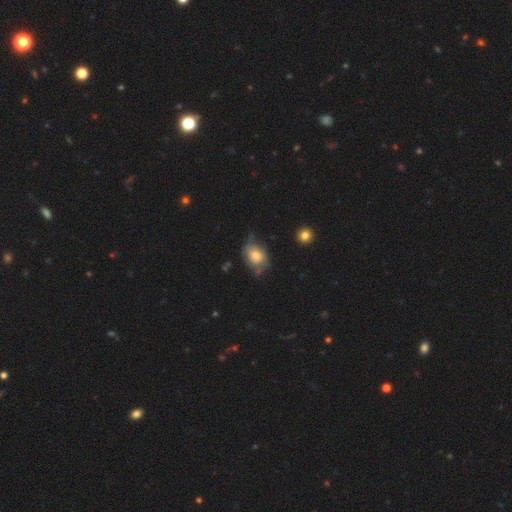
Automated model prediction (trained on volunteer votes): This appears to be a smooth galaxy with no disk features (61%) that is in between round and cigar-shaped (64%). Merging: none (45%).